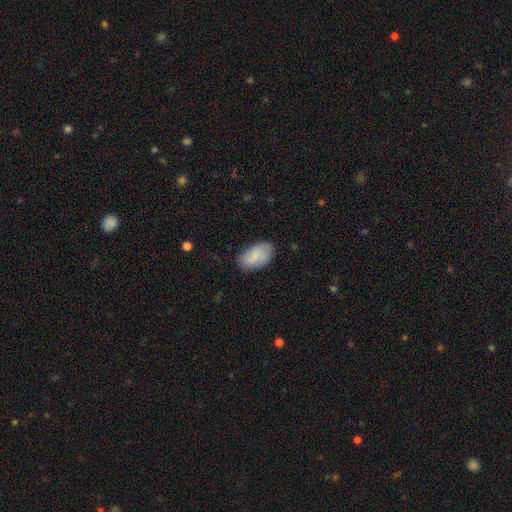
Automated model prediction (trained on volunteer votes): Smooth or featured? smooth (79%)
How rounded? in between (94%)
Merging? none (79%)